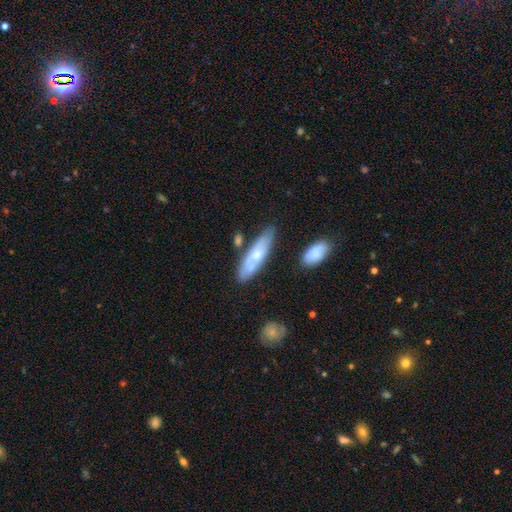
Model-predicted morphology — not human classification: The model was most divided on "smooth or featured": smooth: 51%, featured or disk: 42%, star or artifact: 6%. More confident: merging — none (71%); how rounded — cigar-shaped (57%).